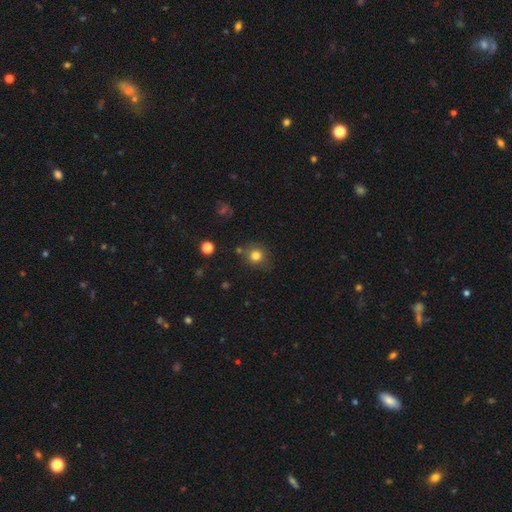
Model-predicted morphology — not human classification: smooth-or-featured: smooth: 80% | star or artifact: 13% | featured or disk: 7%
  how-rounded: round: 84% | in between: 15% | cigar-shaped: 1%
  merging: none: 78% | minor disturbance: 13% | merger: 6% | major disturbance: 3%